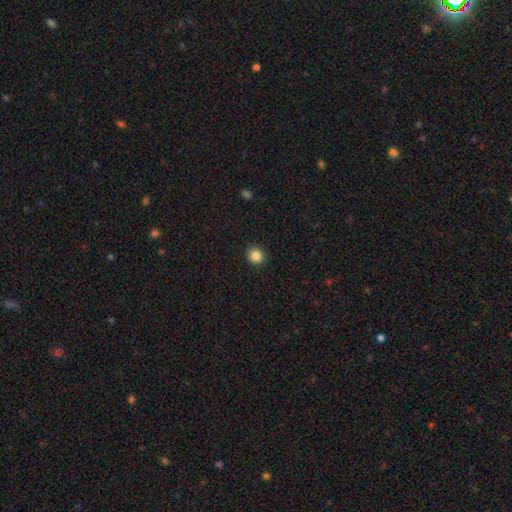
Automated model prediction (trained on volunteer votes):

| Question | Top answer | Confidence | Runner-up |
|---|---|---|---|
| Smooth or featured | smooth | 86% | star or artifact (10%) |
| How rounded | round | 83% | in between (16%) |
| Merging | none | 92% | minor disturbance (5%) |